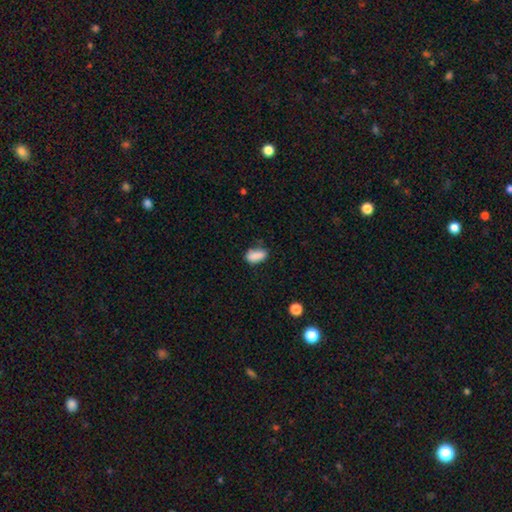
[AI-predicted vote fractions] This appears to be a smooth galaxy with no disk features (85%) that is in between round and cigar-shaped (87%). Merging: none (60%).